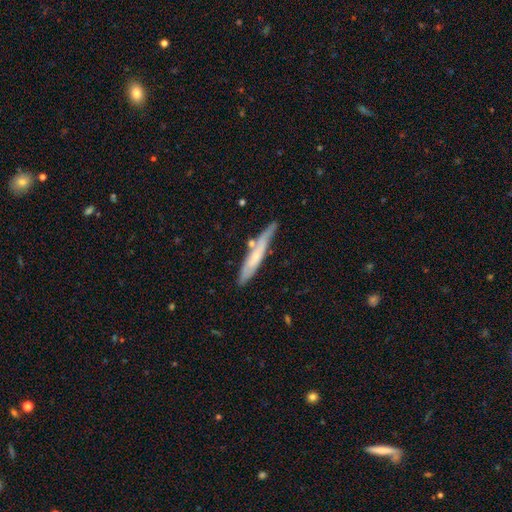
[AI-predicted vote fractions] This appears to be a smooth galaxy with no disk features (50%) that is cigar-shaped (93%). Merging: none (68%).